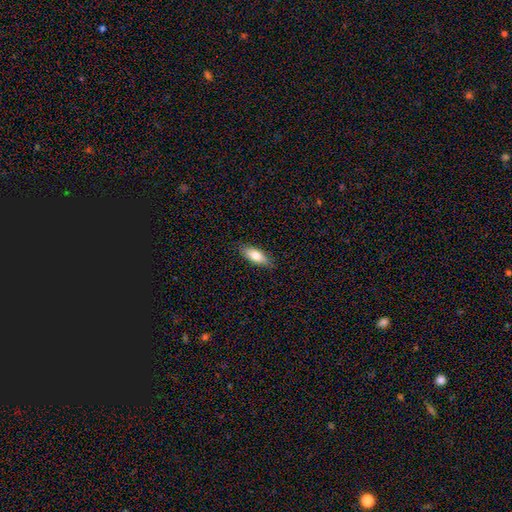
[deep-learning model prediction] smooth_or_featured: smooth (p=0.76) [alt: featured or disk p=0.18]
how_rounded: in between (p=0.73) [alt: cigar-shaped p=0.25]
merging: none (p=0.86) [alt: minor disturbance p=0.11]